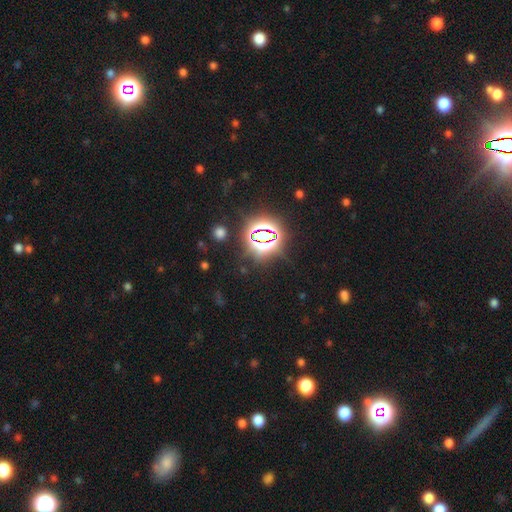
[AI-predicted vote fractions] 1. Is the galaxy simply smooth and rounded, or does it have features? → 81% star or artifact, 12% smooth, 7% featured or disk.